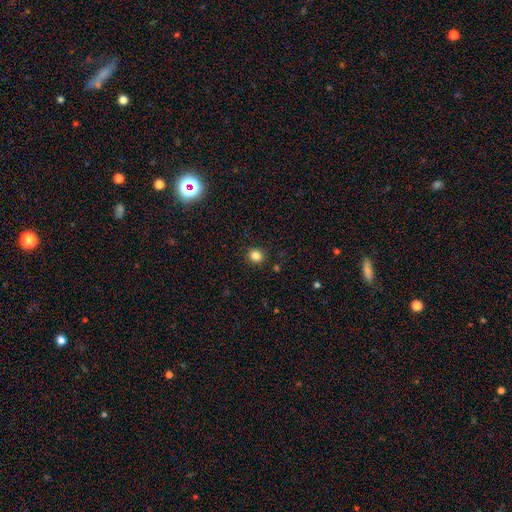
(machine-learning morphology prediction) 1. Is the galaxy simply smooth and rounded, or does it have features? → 84% smooth, 12% star or artifact, 4% featured or disk.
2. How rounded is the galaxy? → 86% round, 13% in between, 1% cigar-shaped.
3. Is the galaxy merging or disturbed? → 90% none, 7% minor disturbance, 2% major disturbance, 1% merger.